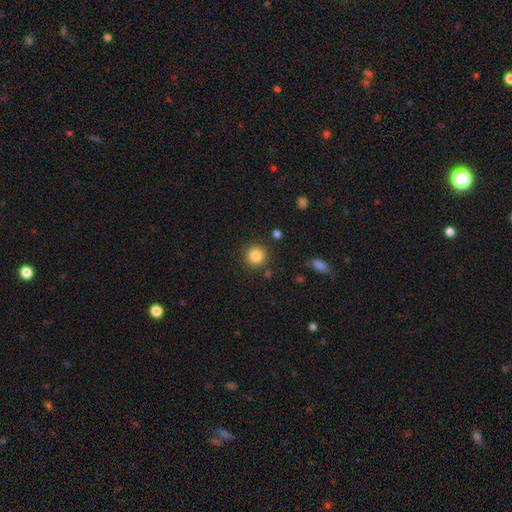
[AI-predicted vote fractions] Morphology: type=smooth (85%); roundness=round (93%); merging=none (88%).